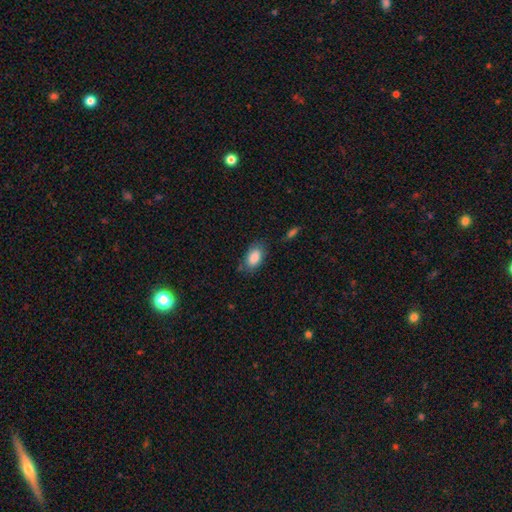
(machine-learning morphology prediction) The model was most divided on "merging": none: 75%, minor disturbance: 18%, major disturbance: 4%, merger: 3%. More confident: how rounded — in between (90%); smooth or featured — smooth (86%).